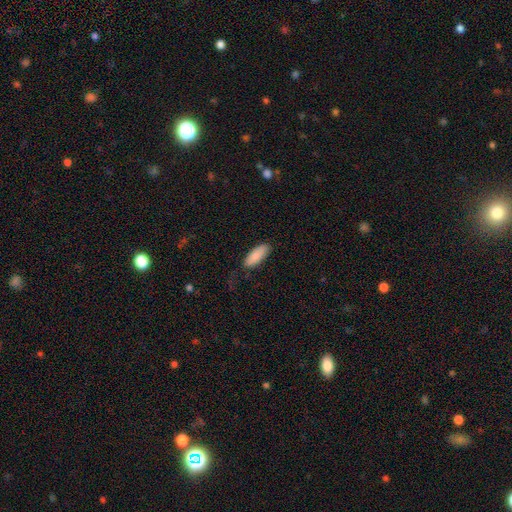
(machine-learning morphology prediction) Q: Smooth or featured?
A: smooth (87%); runner-up: featured or disk (7%)
Q: How rounded?
A: in between (73%); runner-up: cigar-shaped (25%)
Q: Merging?
A: none (80%); runner-up: minor disturbance (16%)